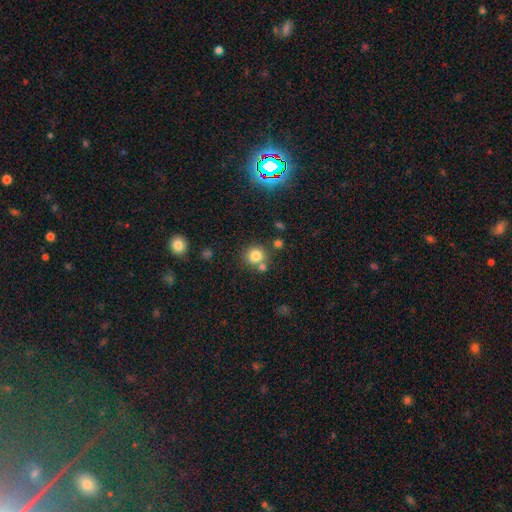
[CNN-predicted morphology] This is likely a smooth galaxy (80%). How rounded: clearly round (90%). Merging: likely none (68%).